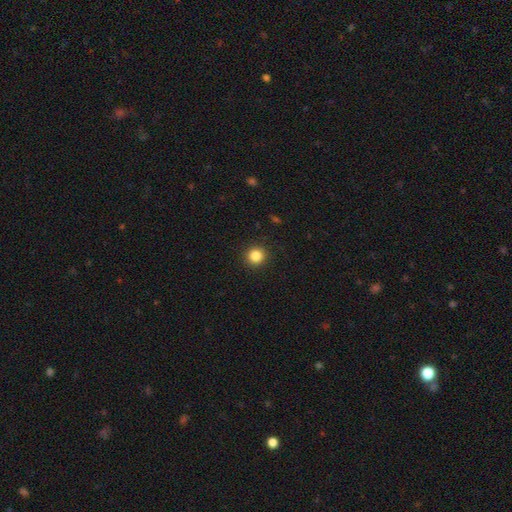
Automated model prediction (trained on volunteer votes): This appears to be a smooth galaxy with no disk features (85%) that is round (93%). Merging: none (92%).